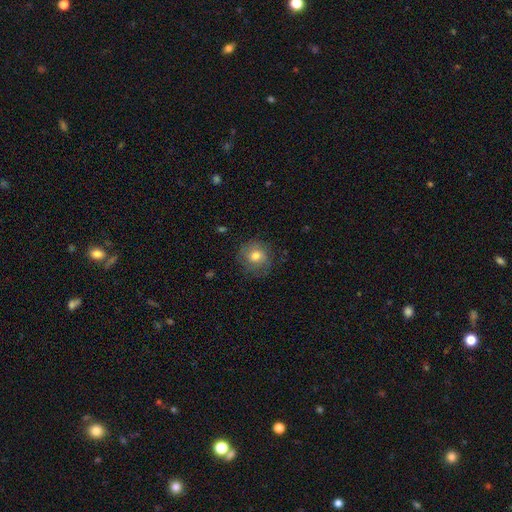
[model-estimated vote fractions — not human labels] This appears to be a smooth galaxy with no disk features (68%) that is round (85%). Merging: none (78%).